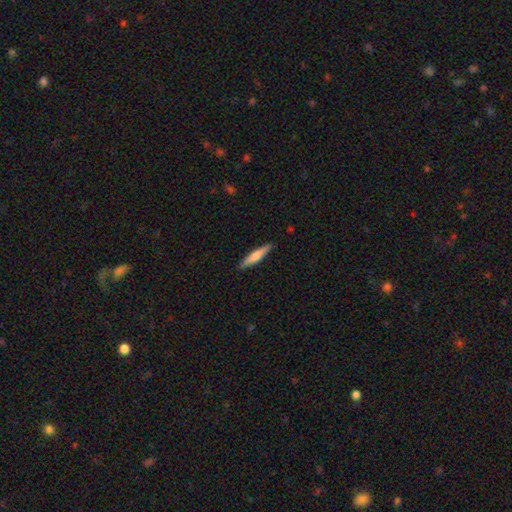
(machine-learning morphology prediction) smooth_or_featured: smooth (p=0.58) [alt: featured or disk p=0.36]
how_rounded: cigar-shaped (p=0.89) [alt: in between p=0.09]
merging: none (p=0.90) [alt: minor disturbance p=0.07]